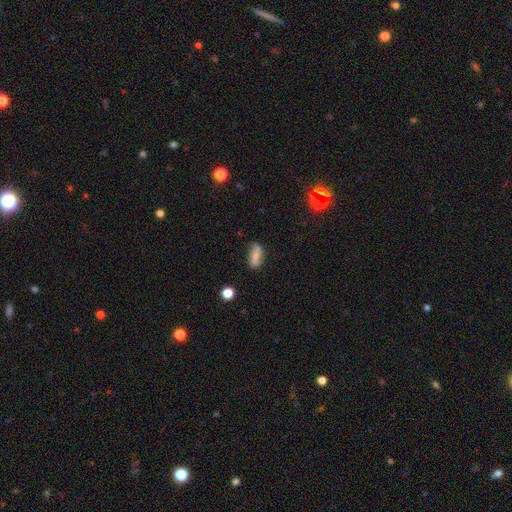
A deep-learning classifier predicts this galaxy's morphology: The model was most divided on "smooth or featured": smooth: 54%, featured or disk: 37%, star or artifact: 9%. More confident: how rounded — in between (75%); merging — none (72%).